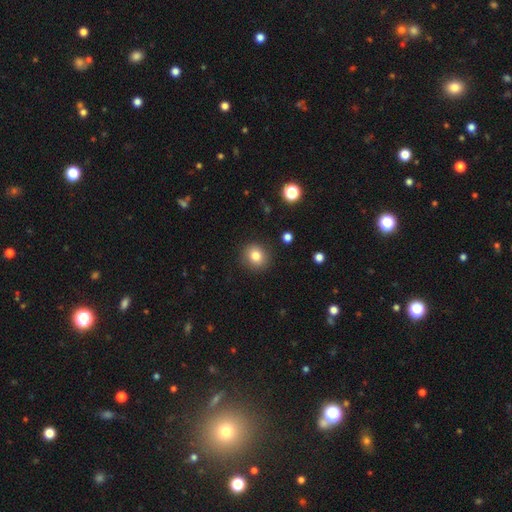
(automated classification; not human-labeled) This appears to be a smooth galaxy with no disk features (82%) that is round (84%). Merging: none (89%).